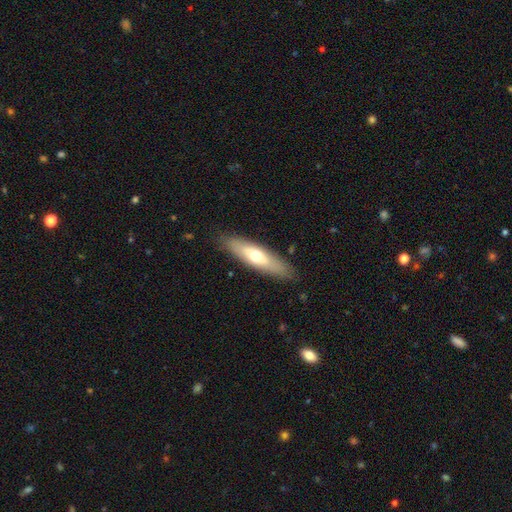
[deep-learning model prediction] Smooth or featured: smooth — 54% (featured or disk — 40%)
How rounded: cigar-shaped — 57% (in between — 41%)
Merging: none — 86% (minor disturbance — 10%)